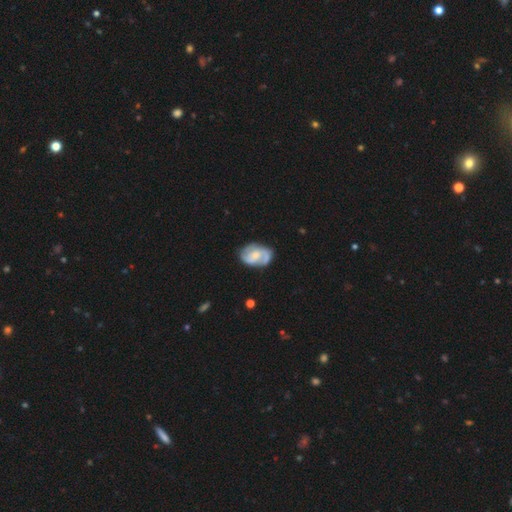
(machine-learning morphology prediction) The model was most divided on "bar" (2-way tie): no: 45%, weak: 45%, strong: 10%. Remaining: edge-on disk — no (97%); spiral arms — yes (92%); smooth or featured — featured or disk (75%); spiral arm count — 2 (73%); merging — none (67%); spiral winding — medium (48%); bulge size — small (46%).